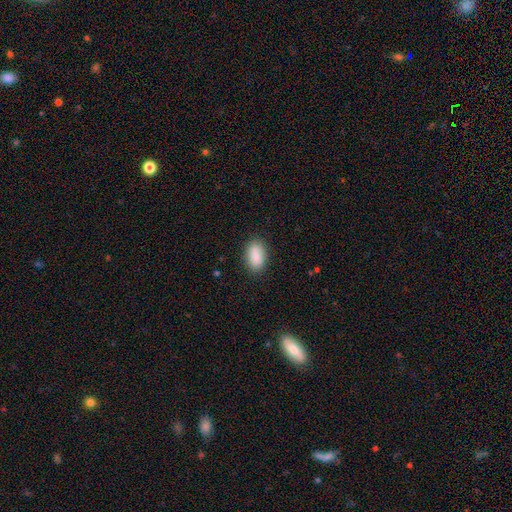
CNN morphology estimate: Smooth or featured? smooth (89%)
How rounded? in between (92%)
Merging? none (86%)